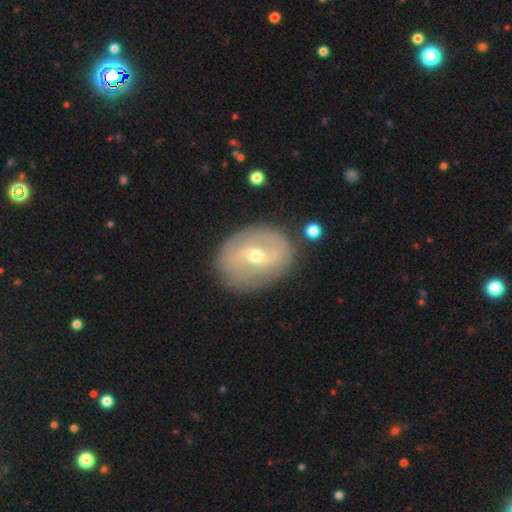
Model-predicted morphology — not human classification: Smooth or featured? Predicted: featured or disk (p=0.69). Edge-on disk? Predicted: no (p=0.95). Bar? Predicted: weak (p=0.51). Spiral arms? Predicted: yes (p=0.65). Bulge size? Predicted: moderate (p=0.57). Merging? Predicted: none (p=0.79).